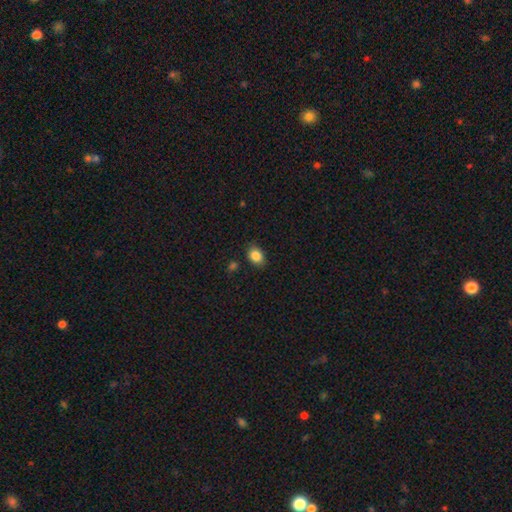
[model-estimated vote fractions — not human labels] Morphology: type=smooth (86%); roundness=in between (71%); merging=none (80%).